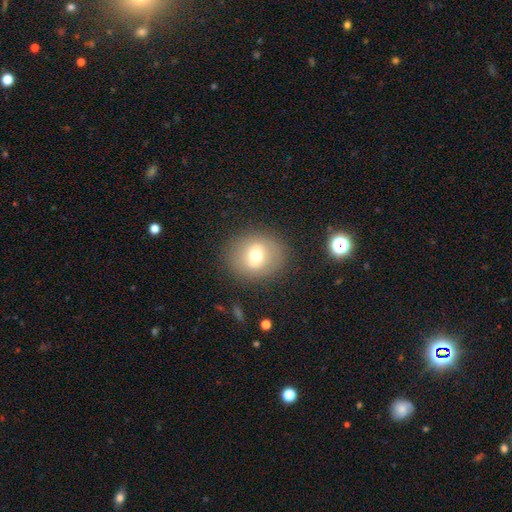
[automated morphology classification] The model was most divided on "smooth or featured": smooth: 60%, featured or disk: 29%, star or artifact: 11%. More confident: merging — none (84%); how rounded — round (74%).